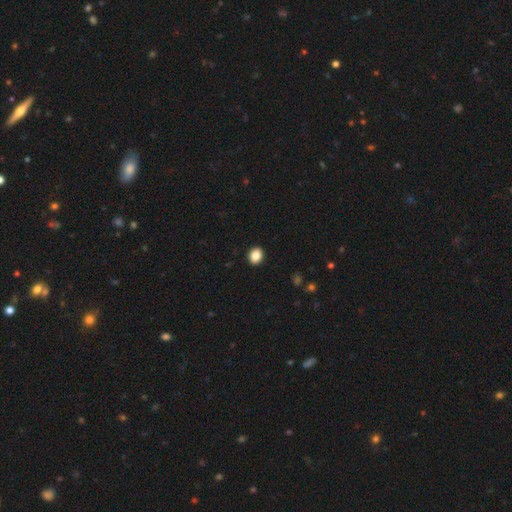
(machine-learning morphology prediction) A smooth galaxy with no disk features (87%) that is round (53%). Merging: none (92%).